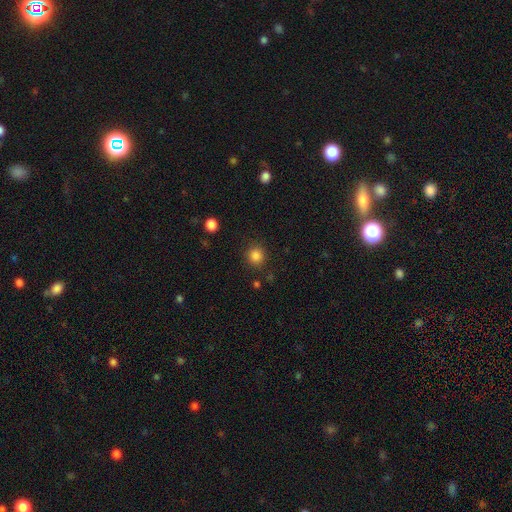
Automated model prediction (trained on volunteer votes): This is clearly a smooth galaxy (84%). How rounded: clearly round (89%). Merging: clearly none (88%).